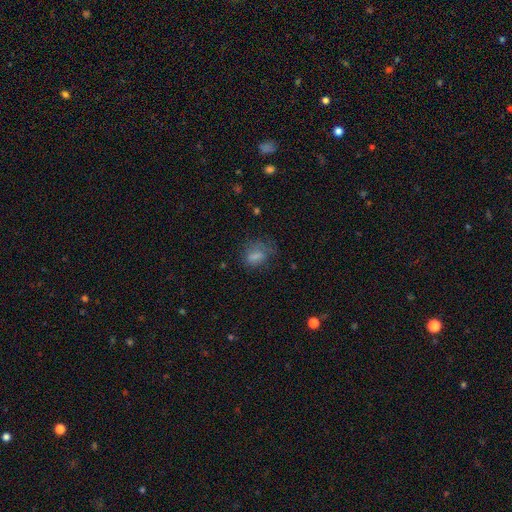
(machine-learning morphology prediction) smooth_or_featured: smooth (p=0.73) [alt: featured or disk p=0.14]
how_rounded: in between (p=0.72) [alt: round p=0.23]
merging: none (p=0.51) [alt: minor disturbance p=0.26]